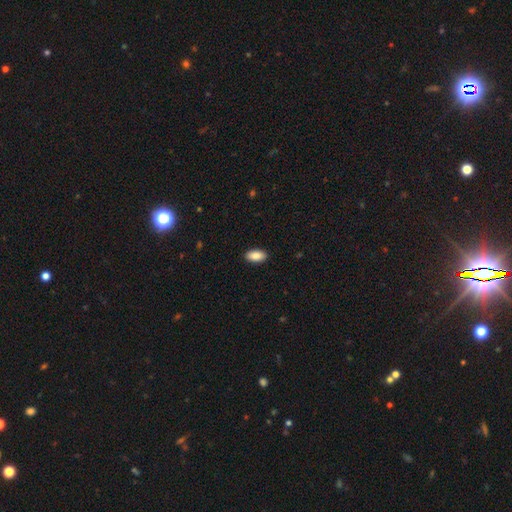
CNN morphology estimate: smooth_or_featured: smooth (p=0.89) [alt: star or artifact p=0.06]
how_rounded: in between (p=0.93) [alt: cigar-shaped p=0.04]
merging: none (p=0.90) [alt: minor disturbance p=0.07]